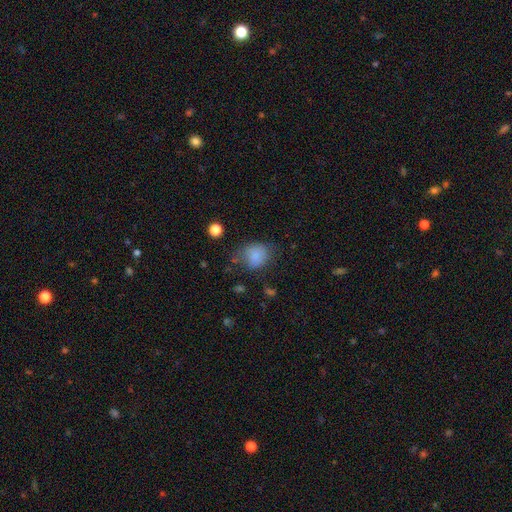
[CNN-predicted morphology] A smooth galaxy with no disk features (82%) that is round (59%).

Vote fractions:
- Smooth or featured? smooth: 82% / star or artifact: 10% / featured or disk: 8%
- How rounded? round: 59% / in between: 40% / cigar-shaped: 1%
- Merging? none: 59% / minor disturbance: 27% / major disturbance: 11% / merger: 3%